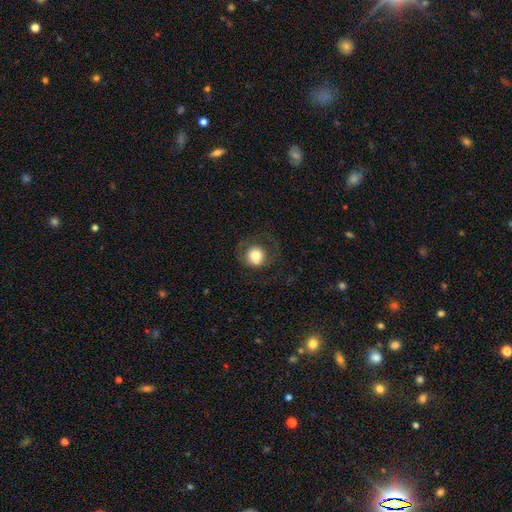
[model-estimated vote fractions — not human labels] Smooth or featured? smooth (71%)
How rounded? round (90%)
Merging? none (62%)